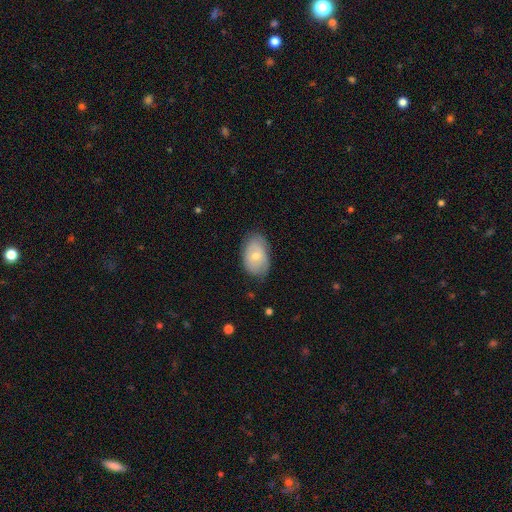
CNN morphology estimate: This is likely a smooth galaxy (61%). How rounded: clearly in between (90%). Merging: likely none (71%).